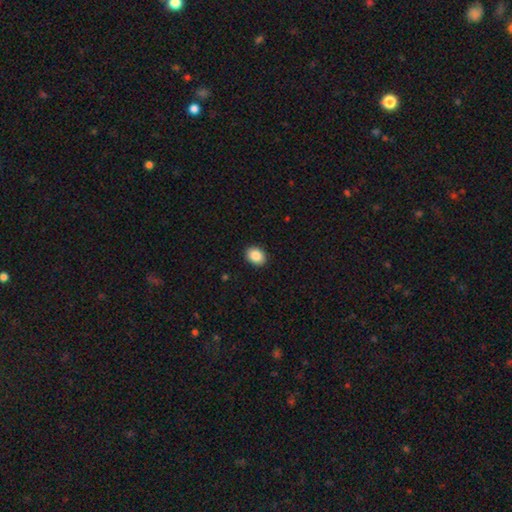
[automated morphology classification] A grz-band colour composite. It shows a smooth galaxy with no disk features (88%) that is in between round and cigar-shaped (61%). Merging: none (91%).